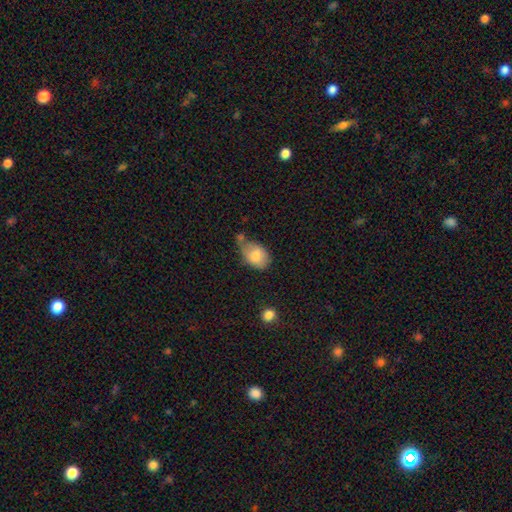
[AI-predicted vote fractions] This appears to be a smooth galaxy with no disk features (78%) that is in between round and cigar-shaped (82%). Merging: none (36%).